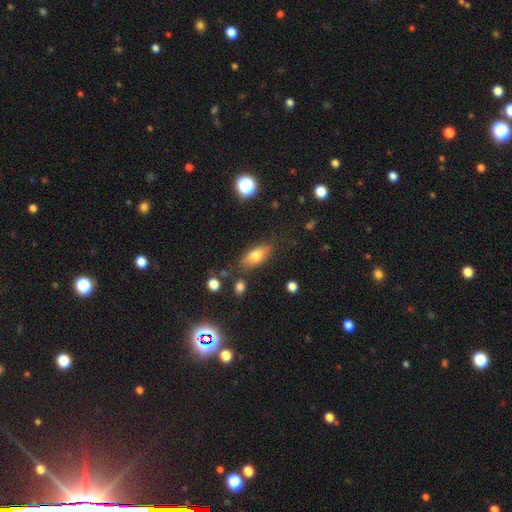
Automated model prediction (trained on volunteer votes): Q: Smooth or featured?
A: smooth (75%); runner-up: featured or disk (15%)
Q: How rounded?
A: in between (83%); runner-up: cigar-shaped (9%)
Q: Merging?
A: none (72%); runner-up: minor disturbance (17%)